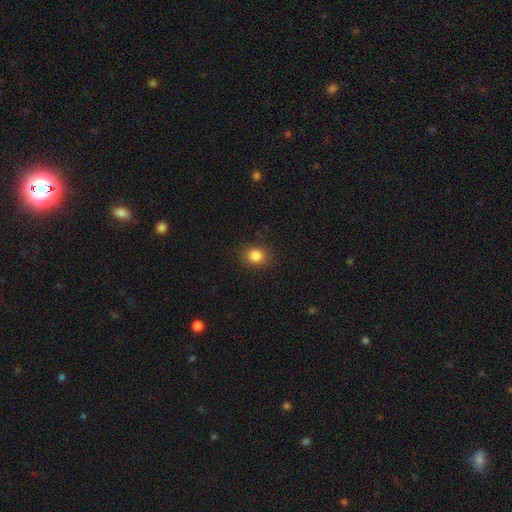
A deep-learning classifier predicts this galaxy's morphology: This is clearly a smooth galaxy (83%). How rounded: likely round (64%). Merging: clearly none (89%).